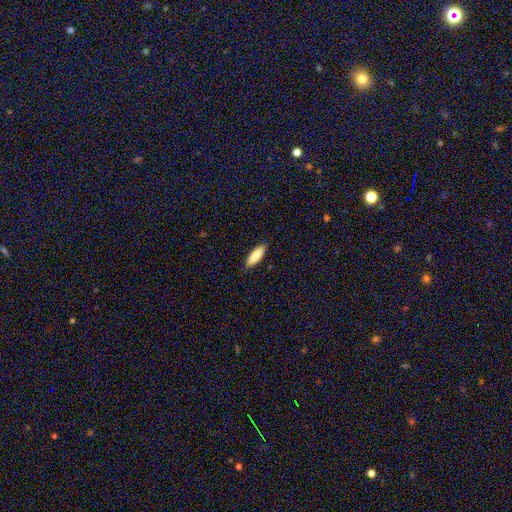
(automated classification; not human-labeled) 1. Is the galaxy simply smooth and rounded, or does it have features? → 85% smooth, 9% featured or disk, 6% star or artifact.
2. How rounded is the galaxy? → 58% in between, 41% cigar-shaped, 2% round.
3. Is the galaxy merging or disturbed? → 87% none, 10% minor disturbance, 2% major disturbance, 1% merger.